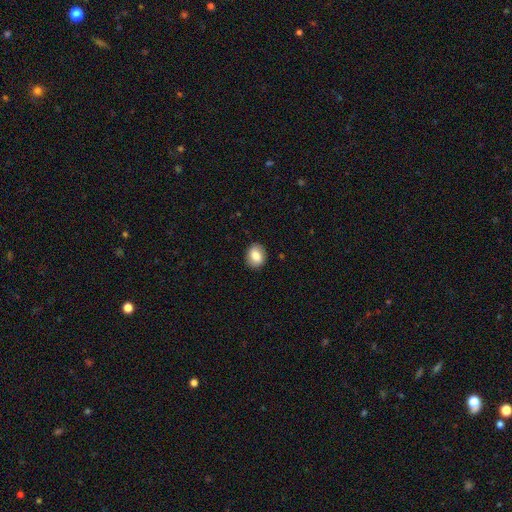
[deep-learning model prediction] Smooth or featured?
  - smooth: 81% *
  - featured or disk: 11%
  - star or artifact: 8%
How rounded?
  - in between: 52% *
  - round: 46%
  - cigar-shaped: 1%
Merging?
  - none: 88% *
  - minor disturbance: 9%
  - major disturbance: 2%
  - merger: 1%